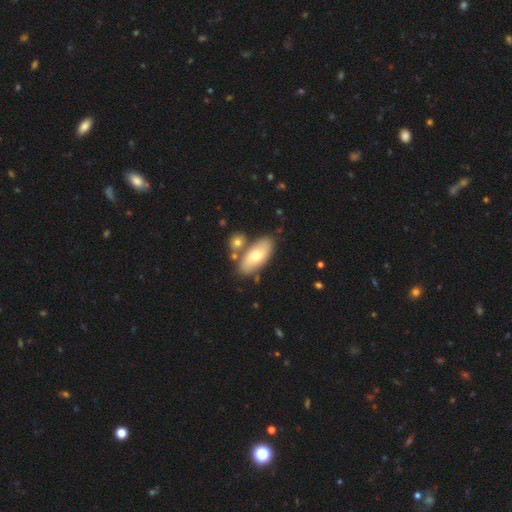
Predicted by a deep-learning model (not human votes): Smooth or featured: smooth — 62% (featured or disk — 32%)
How rounded: in between — 85% (cigar-shaped — 11%)
Merging: none — 72% (merger — 14%)